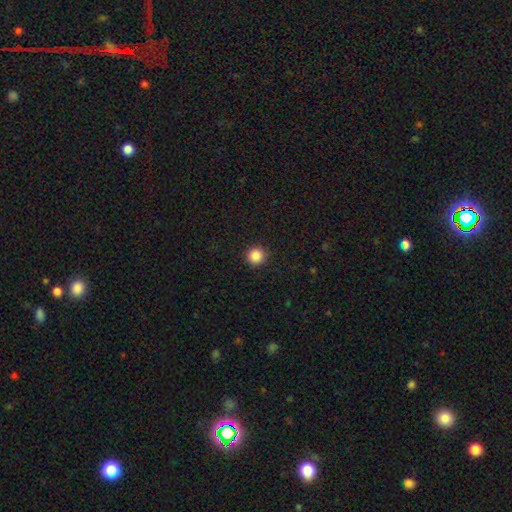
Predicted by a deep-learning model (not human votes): Smooth or featured?
  - smooth: 87% *
  - star or artifact: 10%
  - featured or disk: 3%
How rounded?
  - round: 95% *
  - in between: 4%
  - cigar-shaped: 1%
Merging?
  - none: 92% *
  - minor disturbance: 5%
  - major disturbance: 2%
  - merger: 1%